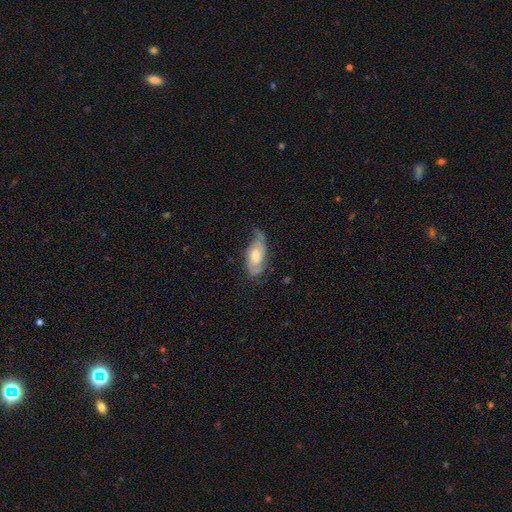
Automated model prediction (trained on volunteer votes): Morphology: type=featured or disk (61%); edge-on=no (90%); bar=no (69%); spiral arms=yes (85%); bulge=moderate (61%); merging=none (49%).